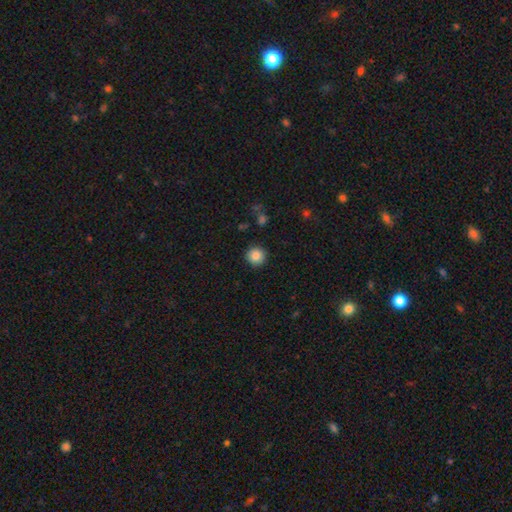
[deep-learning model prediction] Smooth or featured?
  - smooth: 86% *
  - star or artifact: 9%
  - featured or disk: 5%
How rounded?
  - round: 95% *
  - in between: 4%
  - cigar-shaped: 1%
Merging?
  - none: 91% *
  - minor disturbance: 6%
  - major disturbance: 2%
  - merger: 1%